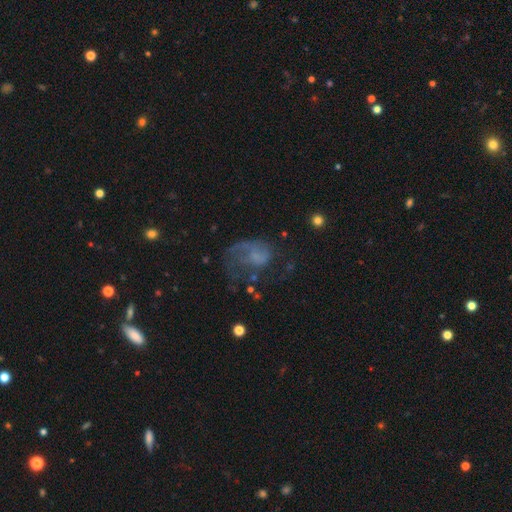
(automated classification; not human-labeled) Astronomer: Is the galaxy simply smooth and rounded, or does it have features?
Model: featured or disk — 49% (runner-up: smooth, 35%).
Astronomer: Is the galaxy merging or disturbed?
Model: major disturbance — 49% (runner-up: none, 28%).